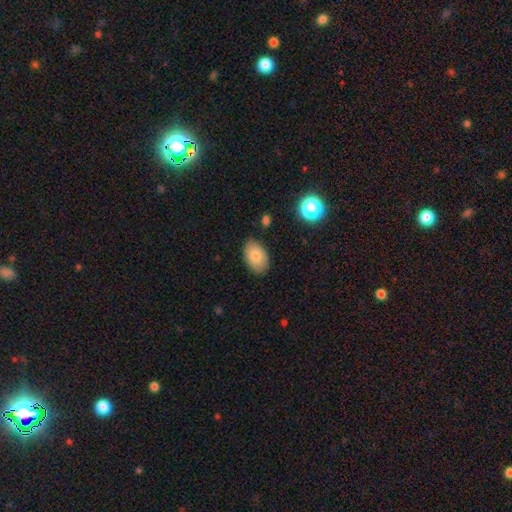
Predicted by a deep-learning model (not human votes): smooth 81%, featured or disk 11%, star or artifact 8%. Down the decision tree: how rounded — in between (90%); merging — none (84%).